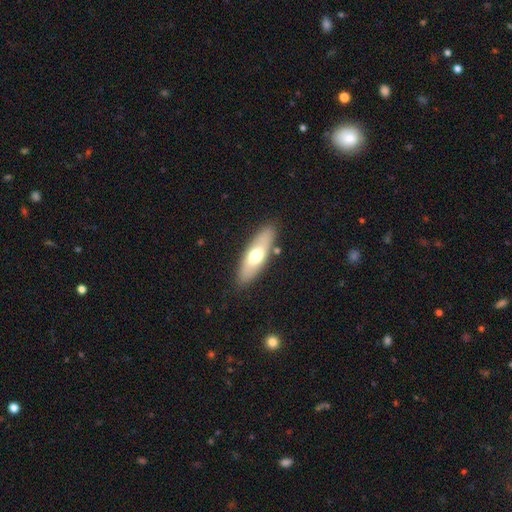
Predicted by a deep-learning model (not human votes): smooth_or_featured: smooth (p=0.59) [alt: featured or disk p=0.35]
how_rounded: in between (p=0.55) [alt: cigar-shaped p=0.43]
merging: none (p=0.84) [alt: minor disturbance p=0.10]